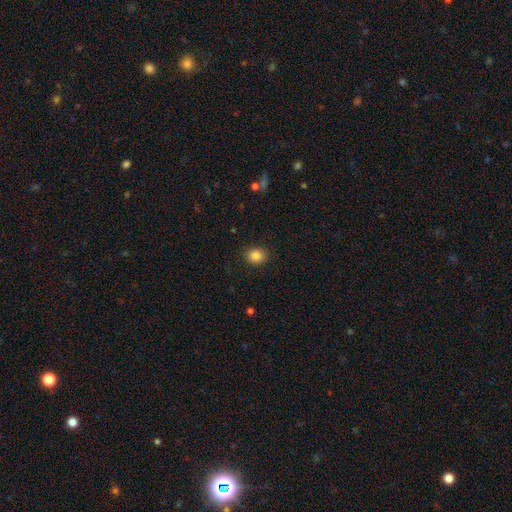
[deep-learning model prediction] Q: Smooth or featured?
A: smooth (86%); runner-up: star or artifact (10%)
Q: How rounded?
A: round (59%); runner-up: in between (40%)
Q: Merging?
A: none (89%); runner-up: minor disturbance (8%)